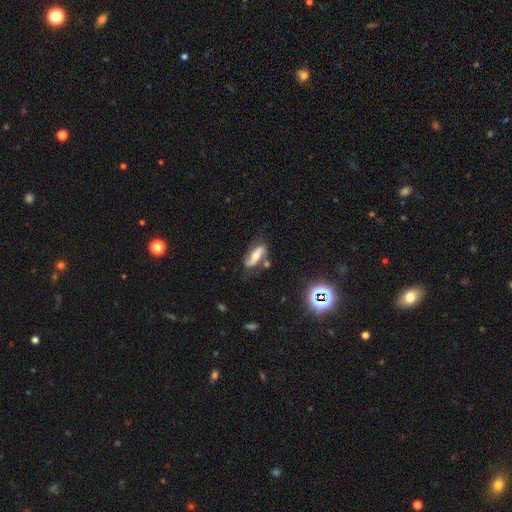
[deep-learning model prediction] This is likely a featured or disk galaxy (69%). It is clearly not viewed edge-on (87%). Bar: possibly no (45%). Spiral arm pattern: clearly yes (90%). Spiral arm count: clearly 2 (88%). Spiral winding: possibly loose (56%). Central bulge: possibly moderate (59%). Merging: likely none (69%).